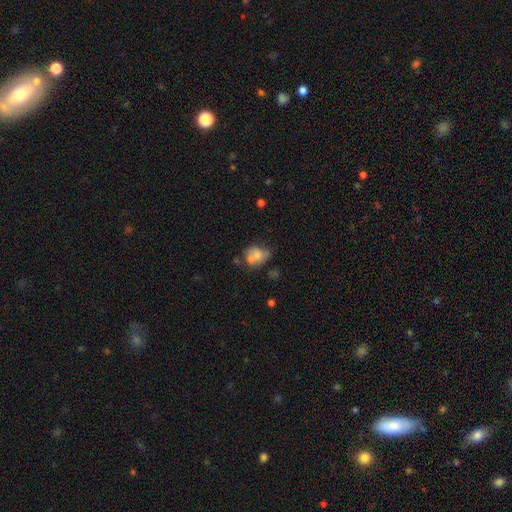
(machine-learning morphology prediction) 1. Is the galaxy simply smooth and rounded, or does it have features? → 63% smooth, 27% featured or disk, 10% star or artifact.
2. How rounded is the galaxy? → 50% round, 49% in between, 1% cigar-shaped.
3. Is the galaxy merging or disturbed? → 35% none, 31% merger, 22% minor disturbance, 12% major disturbance.